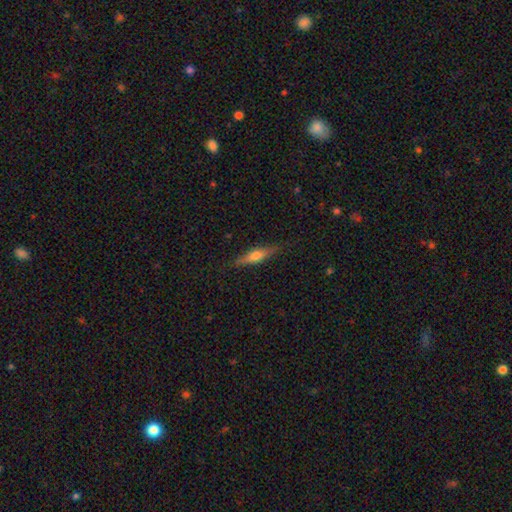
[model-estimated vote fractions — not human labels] A featured or disk galaxy (47%). Merging: none (85%).